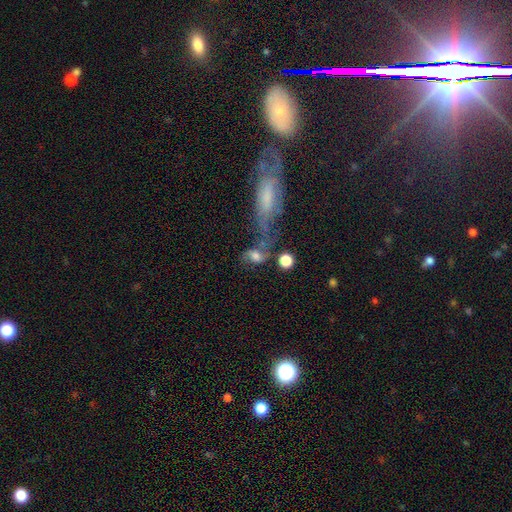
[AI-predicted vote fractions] smooth_or_featured: smooth (p=0.45) [alt: featured or disk p=0.42]
merging: merger (p=0.34) [alt: none p=0.33]